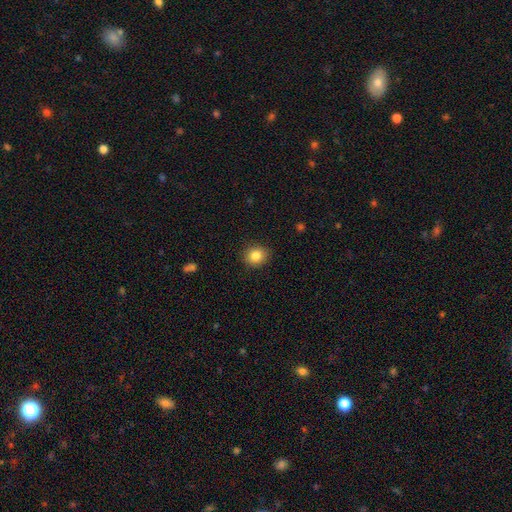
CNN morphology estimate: smooth 84%, star or artifact 10%, featured or disk 6%. Down the decision tree: how rounded — round (75%); merging — none (89%).